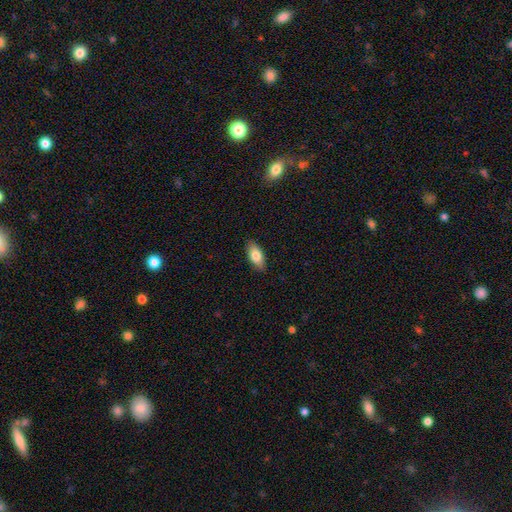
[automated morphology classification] smooth_or_featured: smooth (p=0.81) [alt: featured or disk p=0.12]
how_rounded: in between (p=0.88) [alt: cigar-shaped p=0.09]
merging: none (p=0.88) [alt: minor disturbance p=0.09]